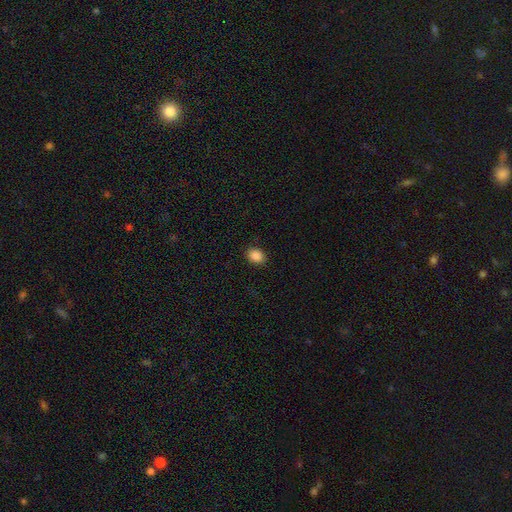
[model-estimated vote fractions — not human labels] Morphology: type=smooth (88%); roundness=in between (60%); merging=none (89%).